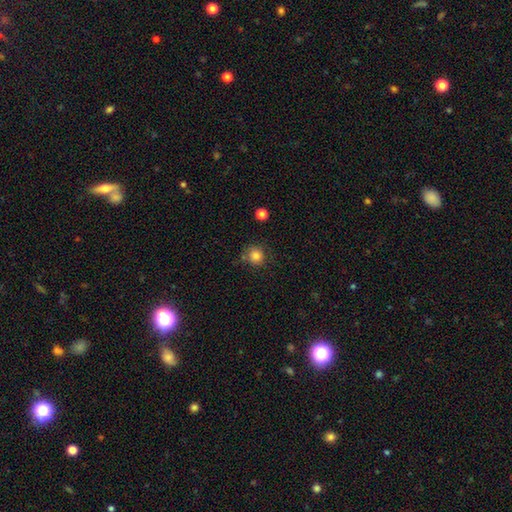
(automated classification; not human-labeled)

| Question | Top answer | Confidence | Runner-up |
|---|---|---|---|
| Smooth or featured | smooth | 83% | star or artifact (11%) |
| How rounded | round | 89% | in between (10%) |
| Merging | none | 76% | minor disturbance (14%) |